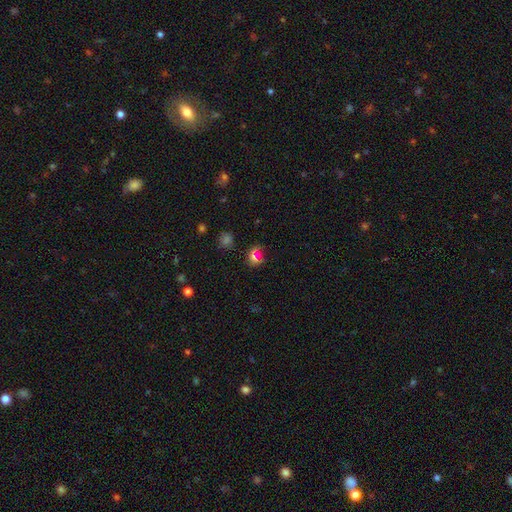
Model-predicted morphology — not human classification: A smooth galaxy with no disk features (57%) that is round (69%).

Vote fractions:
- Smooth or featured? smooth: 57% / star or artifact: 30% / featured or disk: 13%
- How rounded? round: 69% / in between: 29% / cigar-shaped: 2%
- Merging? none: 72% / minor disturbance: 16% / major disturbance: 7% / merger: 4%